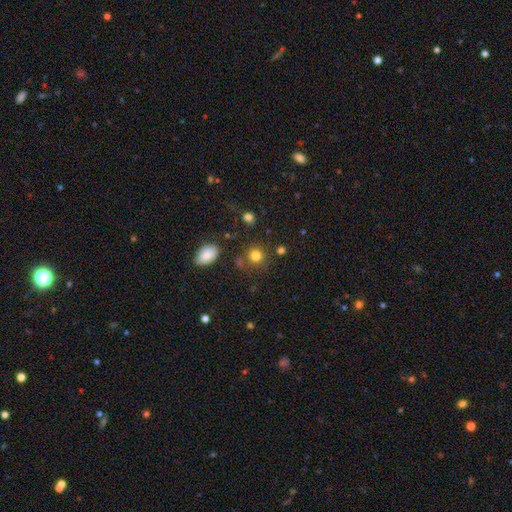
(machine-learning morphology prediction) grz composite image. It shows a smooth galaxy with no disk features (80%) that is round (85%). Merging: none (80%).